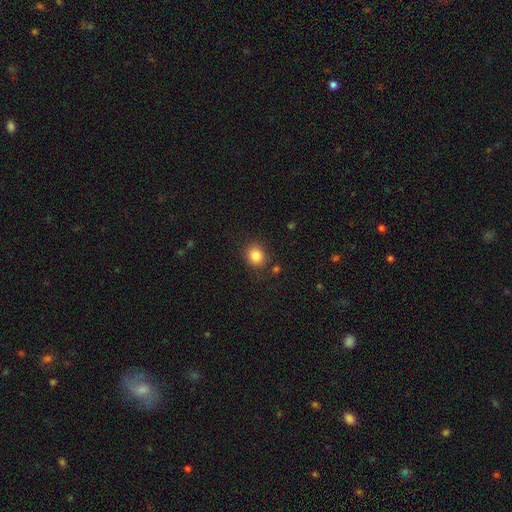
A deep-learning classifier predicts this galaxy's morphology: smooth_or_featured: smooth (p=0.84) [alt: star or artifact p=0.11]
how_rounded: round (p=0.75) [alt: in between p=0.24]
merging: none (p=0.85) [alt: minor disturbance p=0.09]